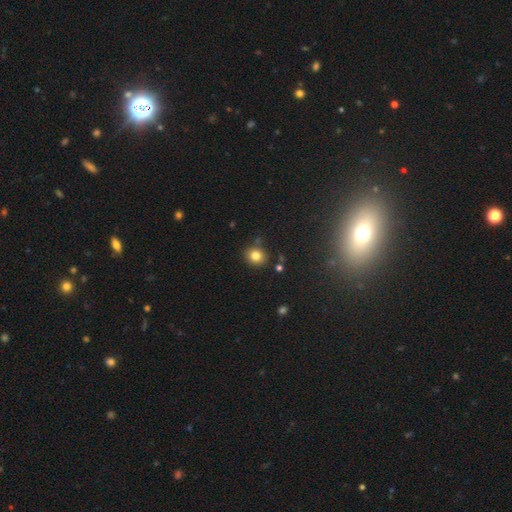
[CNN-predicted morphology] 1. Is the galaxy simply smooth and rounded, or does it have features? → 80% smooth, 12% star or artifact, 7% featured or disk.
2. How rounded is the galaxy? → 79% round, 20% in between, 1% cigar-shaped.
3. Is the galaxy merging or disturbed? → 82% none, 10% minor disturbance, 5% merger, 3% major disturbance.